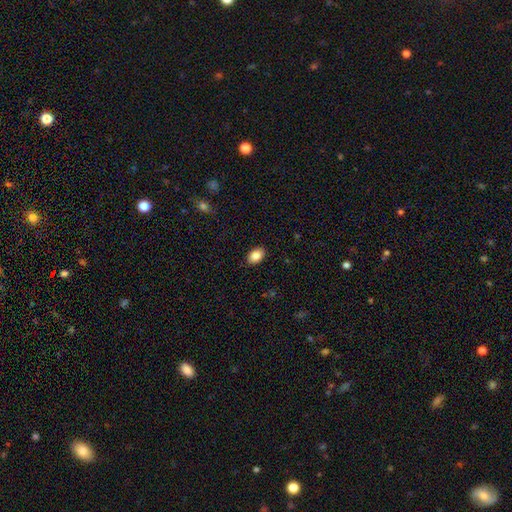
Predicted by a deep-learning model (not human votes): The model was most divided on "how rounded": in between: 86%, round: 12%, cigar-shaped: 1%. More confident: merging — none (88%); smooth or featured — smooth (85%).